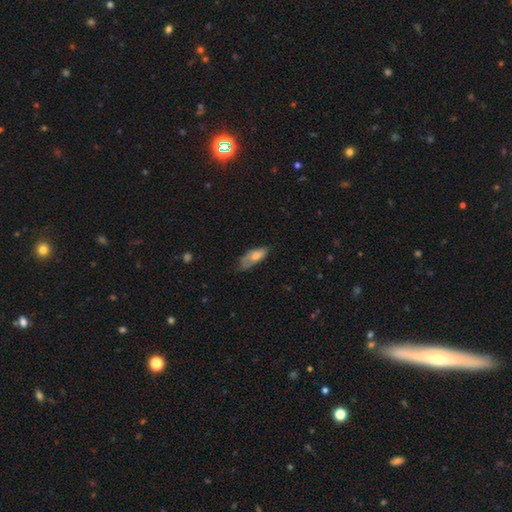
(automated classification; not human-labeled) Overall: smooth (57%; featured or disk 33%). How rounded: in between (73%). Merging: none (55%; minor disturbance 32%).